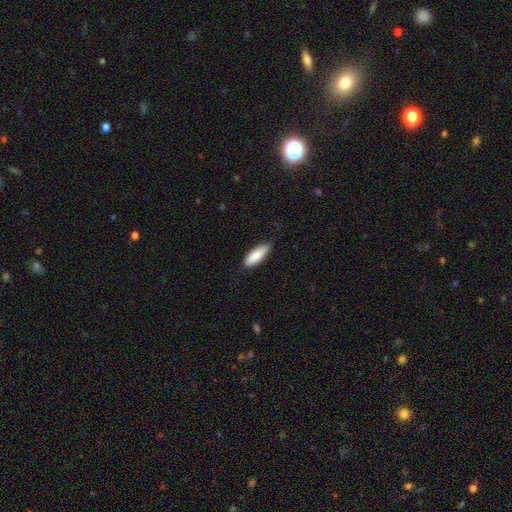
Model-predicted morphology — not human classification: smooth 89%, featured or disk 6%, star or artifact 5%. Down the decision tree: how rounded — in between (66%); merging — none (80%).